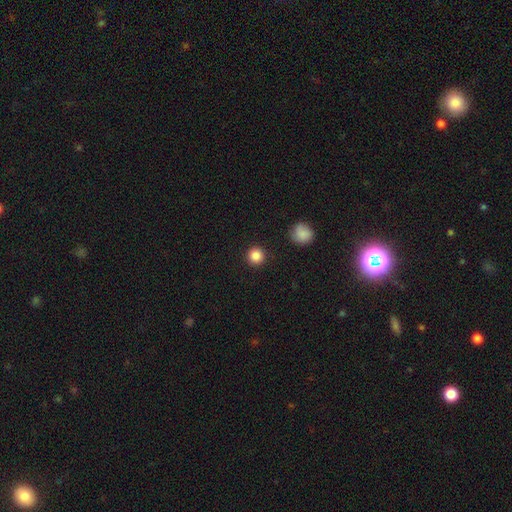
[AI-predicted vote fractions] smooth_or_featured: smooth (p=0.86) [alt: star or artifact p=0.10]
how_rounded: round (p=0.95) [alt: in between p=0.04]
merging: none (p=0.92) [alt: minor disturbance p=0.05]